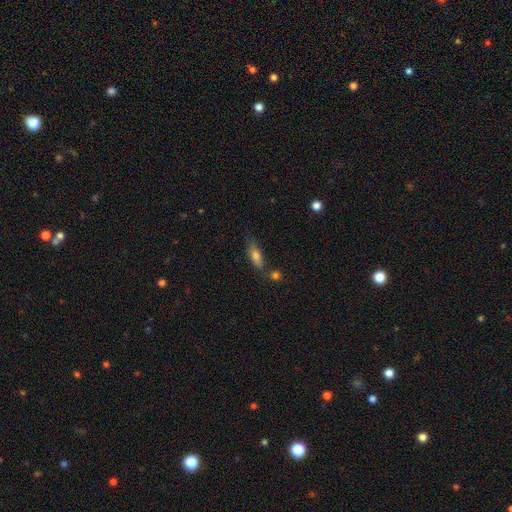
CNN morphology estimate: The model was most divided on "how rounded": in between: 61%, cigar-shaped: 36%, round: 4%. More confident: smooth or featured — smooth (70%); merging — none (58%).